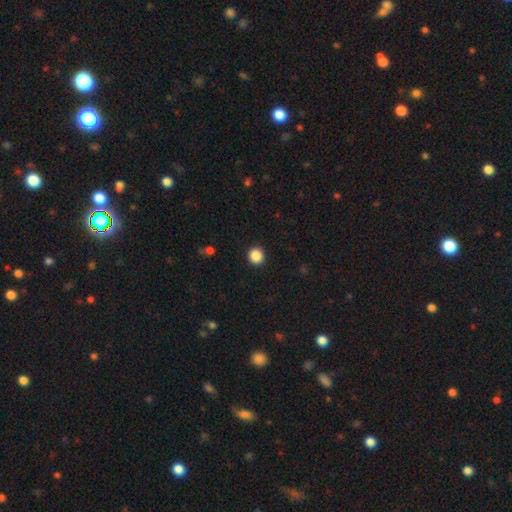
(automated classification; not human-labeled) Smooth or featured? Predicted: smooth (p=0.87). How rounded? Predicted: round (p=0.92). Merging? Predicted: none (p=0.92).